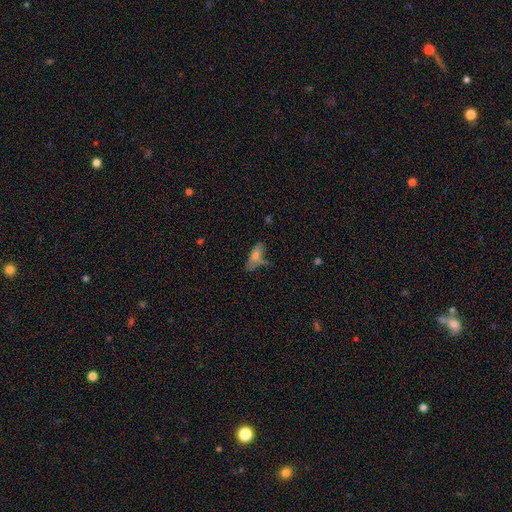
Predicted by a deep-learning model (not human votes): Smooth or featured?
  - smooth: 61% *
  - featured or disk: 27%
  - star or artifact: 12%
How rounded?
  - in between: 61% *
  - cigar-shaped: 35%
  - round: 4%
Merging?
  - none: 47% *
  - minor disturbance: 27%
  - major disturbance: 15%
  - merger: 12%